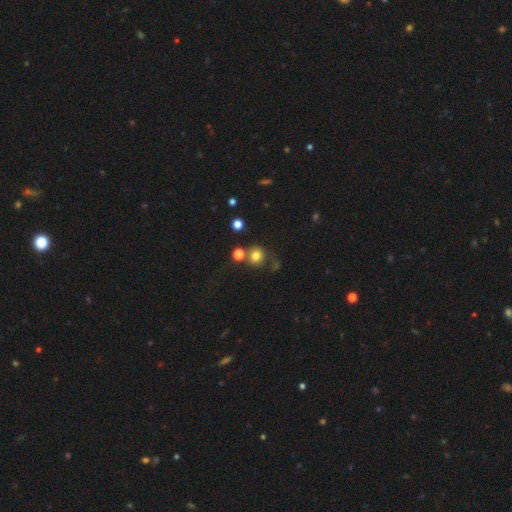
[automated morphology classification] smooth-or-featured: smooth: 76% | star or artifact: 14% | featured or disk: 9%
  how-rounded: round: 87% | in between: 12% | cigar-shaped: 1%
  merging: none: 65% | merger: 17% | minor disturbance: 12% | major disturbance: 6%